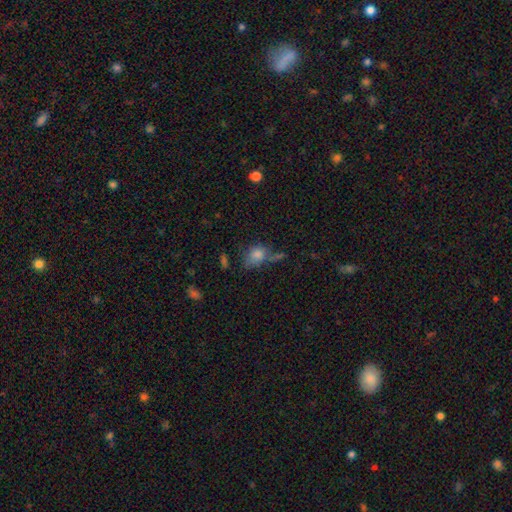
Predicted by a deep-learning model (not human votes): Smooth or featured? Predicted: smooth (p=0.65). How rounded? Predicted: in between (p=0.52). Merging? Predicted: none (p=0.48).